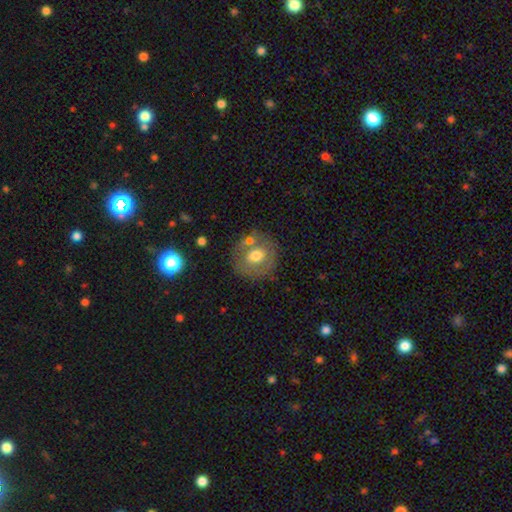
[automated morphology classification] smooth_or_featured: smooth (p=0.60) [alt: featured or disk p=0.31]
how_rounded: round (p=0.83) [alt: in between p=0.16]
merging: none (p=0.70) [alt: minor disturbance p=0.15]